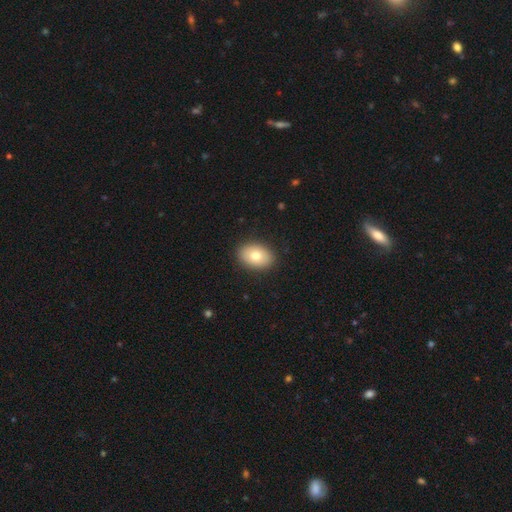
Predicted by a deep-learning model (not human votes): A smooth galaxy with no disk features (79%) that is in between round and cigar-shaped (77%). Merging: none (89%).